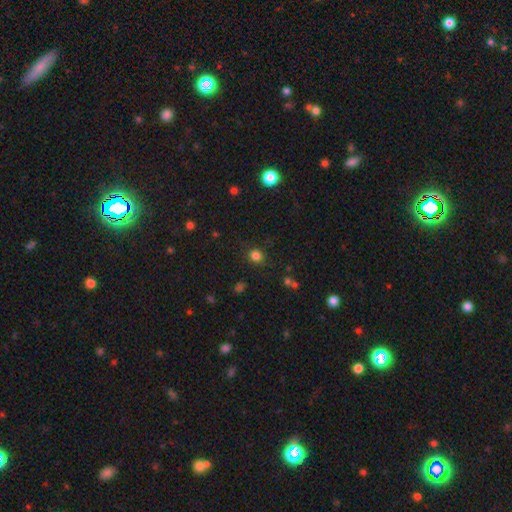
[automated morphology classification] The model was most divided on "smooth or featured": smooth: 81%, star or artifact: 15%, featured or disk: 4%. More confident: how rounded — round (90%); merging — none (87%).